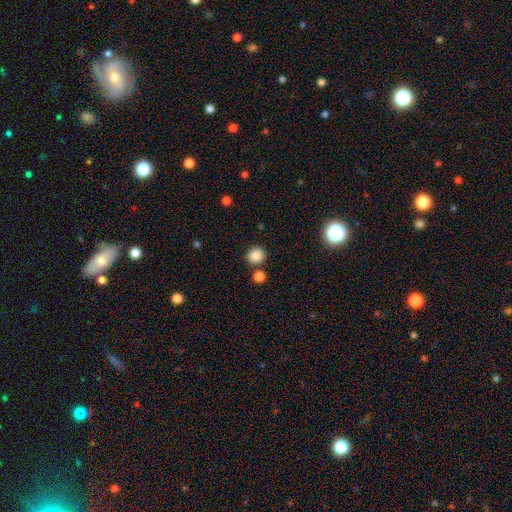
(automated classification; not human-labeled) A smooth galaxy with no disk features (86%) that is round (90%).

Vote fractions:
- Smooth or featured? smooth: 86% / star or artifact: 11% / featured or disk: 4%
- How rounded? round: 90% / in between: 9% / cigar-shaped: 1%
- Merging? none: 83% / merger: 8% / minor disturbance: 7% / major disturbance: 2%